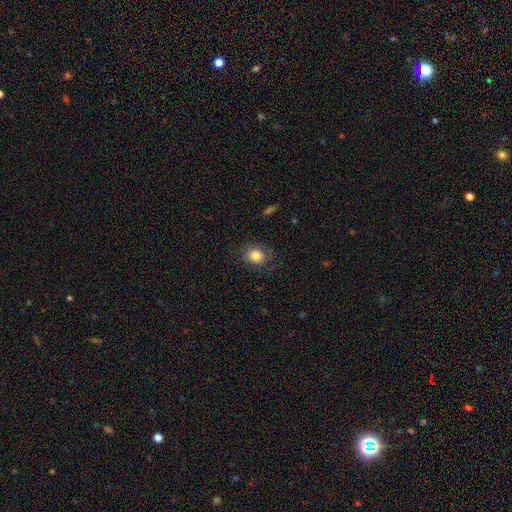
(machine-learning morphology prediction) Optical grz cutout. It shows a smooth galaxy with no disk features (79%) that is in between round and cigar-shaped (50%). Merging: none (75%).